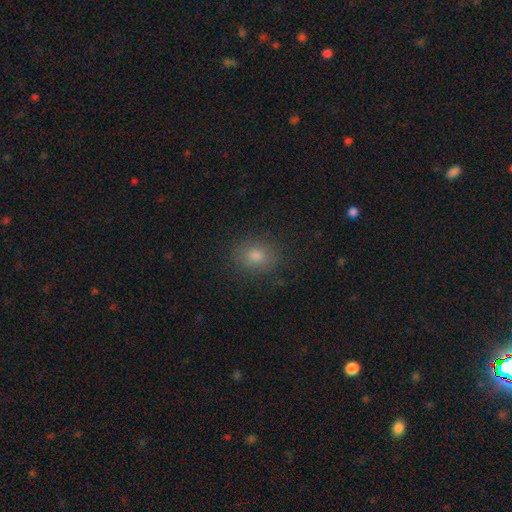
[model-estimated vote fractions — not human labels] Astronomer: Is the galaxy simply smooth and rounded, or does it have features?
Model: smooth — 77%.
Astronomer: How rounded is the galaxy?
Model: round — 56% (runner-up: in between, 43%).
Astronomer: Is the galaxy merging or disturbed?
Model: none — 86%.